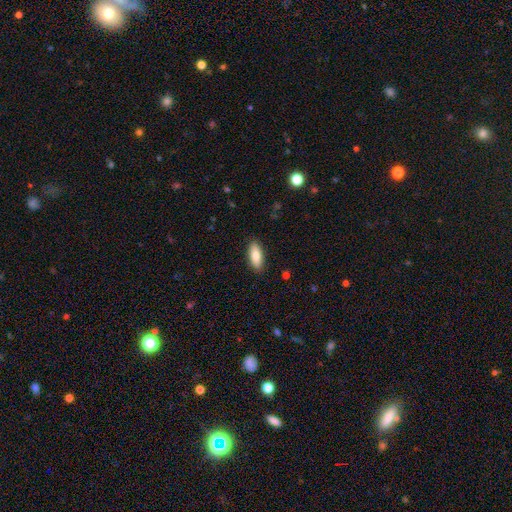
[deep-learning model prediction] This is clearly a smooth galaxy (82%). How rounded: likely in between (76%). Merging: clearly none (89%).